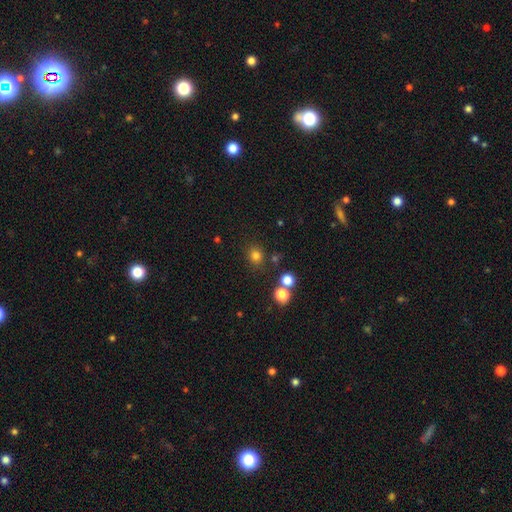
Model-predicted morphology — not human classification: smooth 78%, star or artifact 17%, featured or disk 5%. Down the decision tree: how rounded — round (80%); merging — none (82%).